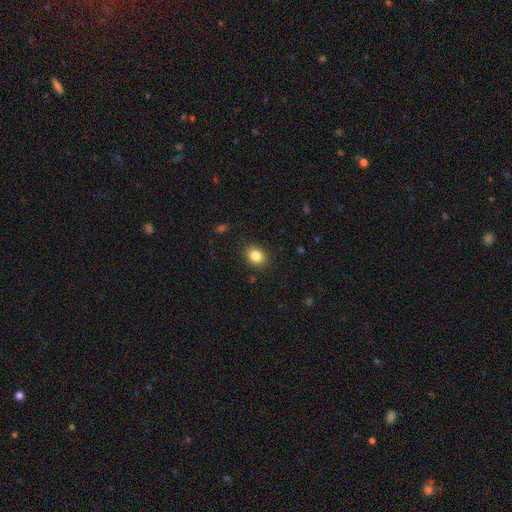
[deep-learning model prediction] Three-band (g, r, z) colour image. It shows a smooth galaxy with no disk features (84%) that is round (57%). Merging: none (88%).